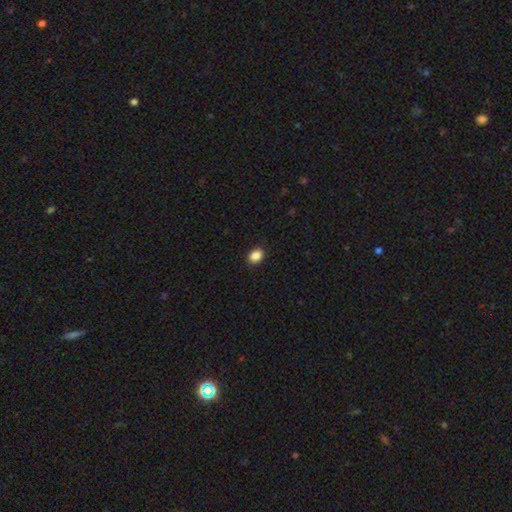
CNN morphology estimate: type=smooth (87%); roundness=in between (52%); merging=none (90%).